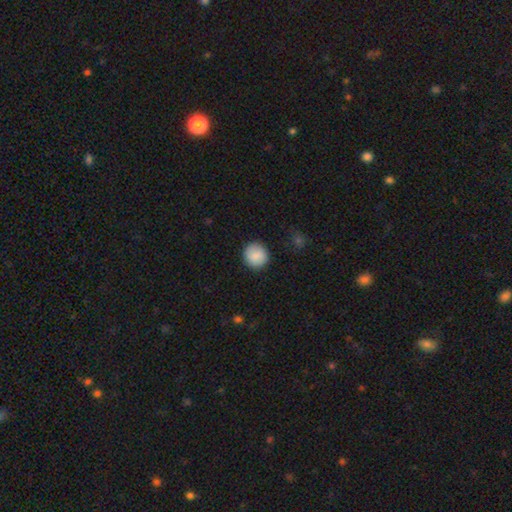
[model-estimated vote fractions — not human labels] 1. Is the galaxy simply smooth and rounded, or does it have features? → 88% smooth, 7% star or artifact, 5% featured or disk.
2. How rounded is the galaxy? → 91% round, 8% in between, 1% cigar-shaped.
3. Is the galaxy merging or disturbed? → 90% none, 7% minor disturbance, 2% major disturbance, 1% merger.